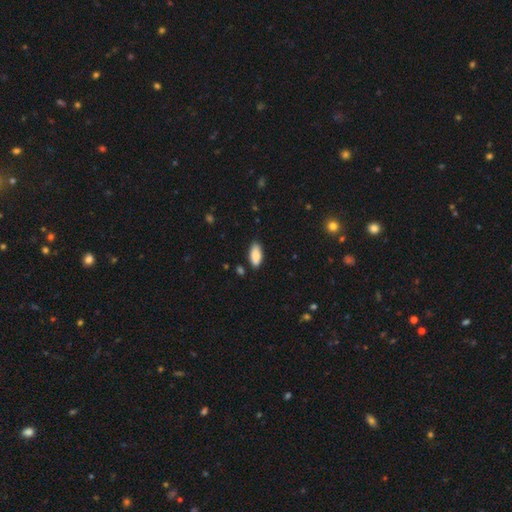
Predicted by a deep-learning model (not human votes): Overall: smooth (84%). How rounded: in between (90%). Merging: none (83%).